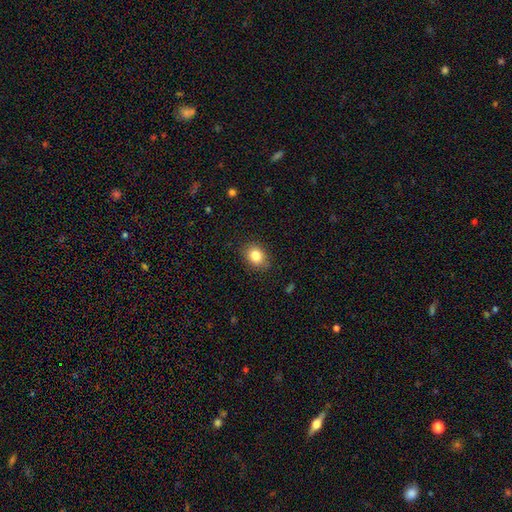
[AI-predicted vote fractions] smooth-or-featured: smooth: 84% | star or artifact: 9% | featured or disk: 7%
  how-rounded: in between: 55% | round: 44% | cigar-shaped: 1%
  merging: none: 85% | minor disturbance: 11% | major disturbance: 3% | merger: 1%